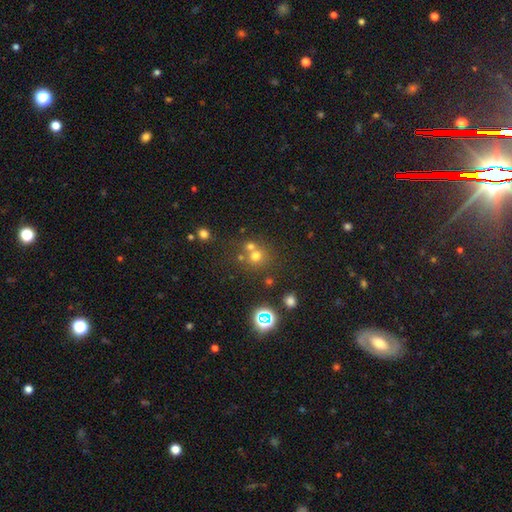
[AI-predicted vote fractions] The model was most divided on "merging": none: 58%, merger: 30%, minor disturbance: 8%, major disturbance: 4%. More confident: how rounded — round (88%); smooth or featured — smooth (65%).